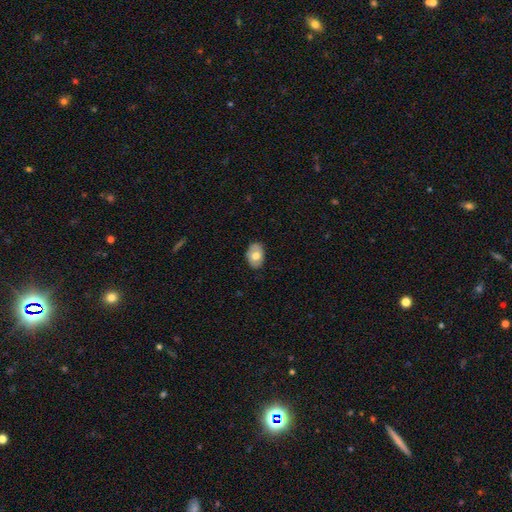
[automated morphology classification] Smooth or featured? smooth (67%)
How rounded? in between (83%)
Merging? none (83%)